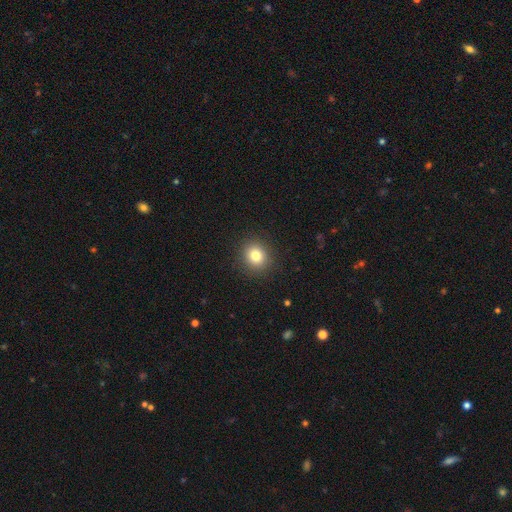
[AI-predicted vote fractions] A smooth galaxy with no disk features (81%) that is round (83%).

Vote fractions:
- Smooth or featured? smooth: 81% / star or artifact: 12% / featured or disk: 7%
- How rounded? round: 83% / in between: 16% / cigar-shaped: 1%
- Merging? none: 90% / minor disturbance: 6% / major disturbance: 2% / merger: 1%